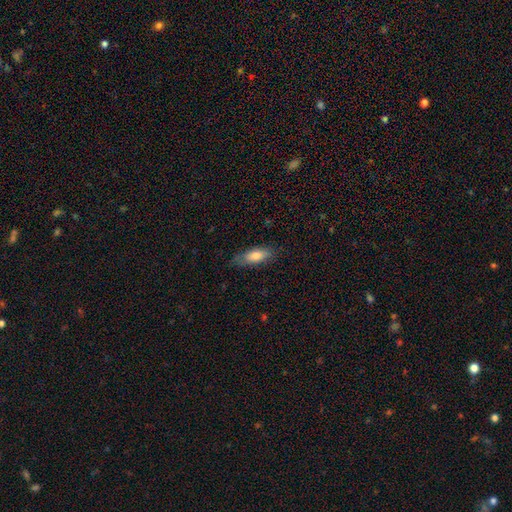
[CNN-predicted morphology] Q: Smooth or featured?
A: smooth (76%); runner-up: featured or disk (18%)
Q: How rounded?
A: in between (72%); runner-up: cigar-shaped (26%)
Q: Merging?
A: none (72%); runner-up: minor disturbance (21%)